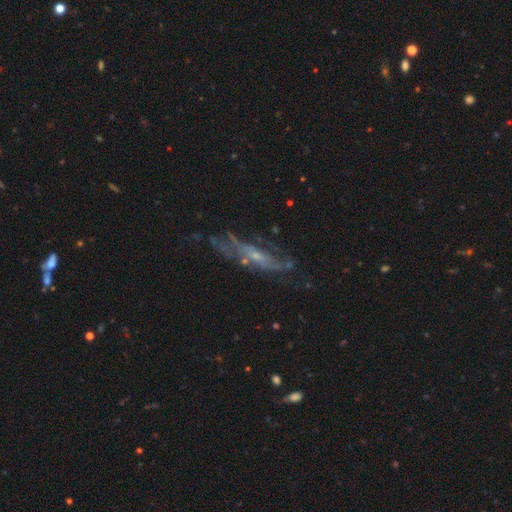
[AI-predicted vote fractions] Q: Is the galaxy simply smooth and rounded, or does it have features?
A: featured or disk — 69%.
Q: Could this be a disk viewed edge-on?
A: no — 65%.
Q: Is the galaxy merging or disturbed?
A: none — 55%.